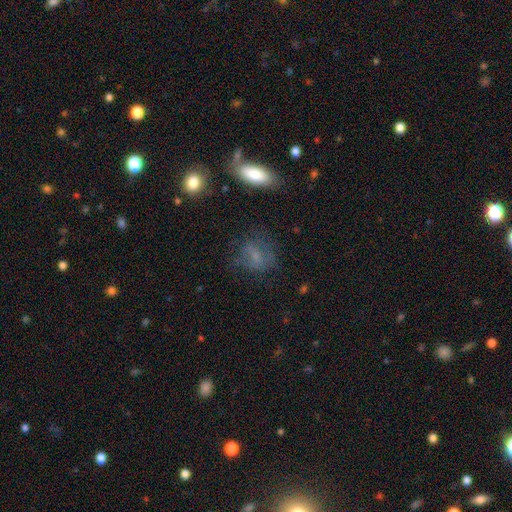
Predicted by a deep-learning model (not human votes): Q: Smooth or featured?
A: smooth (60%); runner-up: featured or disk (24%)
Q: How rounded?
A: in between (53%); runner-up: round (43%)
Q: Merging?
A: none (59%); runner-up: minor disturbance (21%)